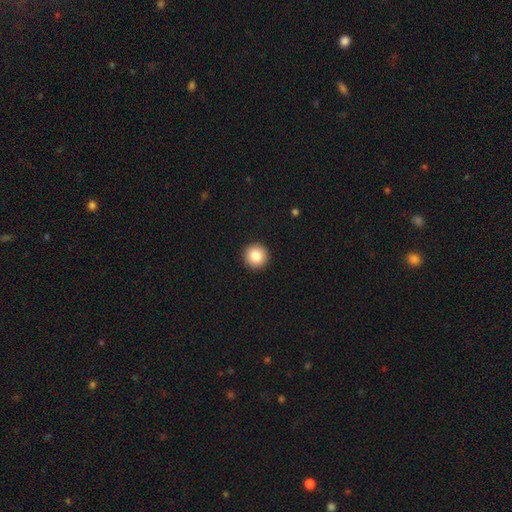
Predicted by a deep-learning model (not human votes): Morphology: type=smooth (85%); roundness=round (95%); merging=none (93%).